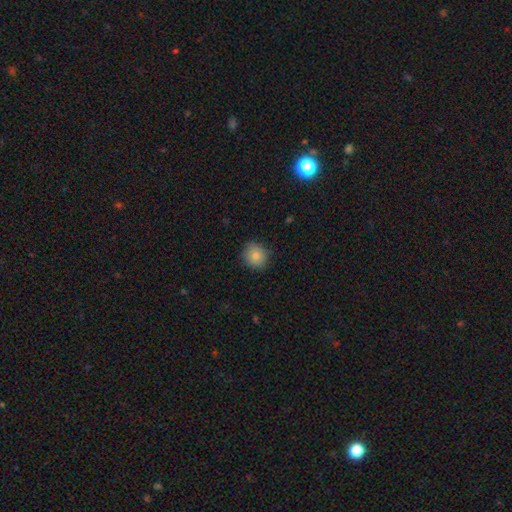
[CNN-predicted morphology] smooth-or-featured: smooth: 82% | star or artifact: 10% | featured or disk: 8%
  how-rounded: round: 82% | in between: 17% | cigar-shaped: 1%
  merging: none: 83% | minor disturbance: 13% | major disturbance: 3% | merger: 1%